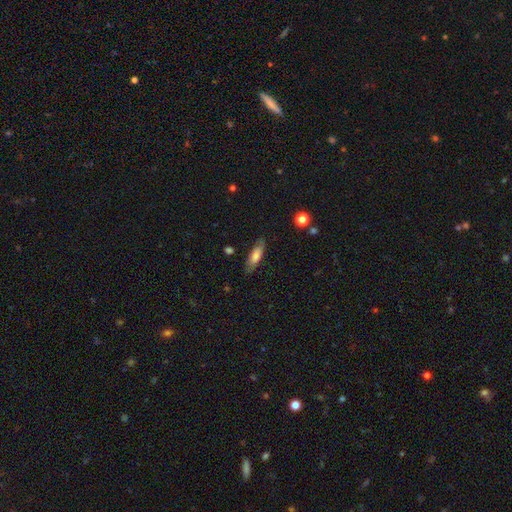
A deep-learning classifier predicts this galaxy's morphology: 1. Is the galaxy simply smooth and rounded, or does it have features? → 64% smooth, 30% featured or disk, 7% star or artifact.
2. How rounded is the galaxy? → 52% in between, 46% cigar-shaped, 2% round.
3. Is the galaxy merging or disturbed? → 81% none, 14% minor disturbance, 3% major disturbance, 1% merger.